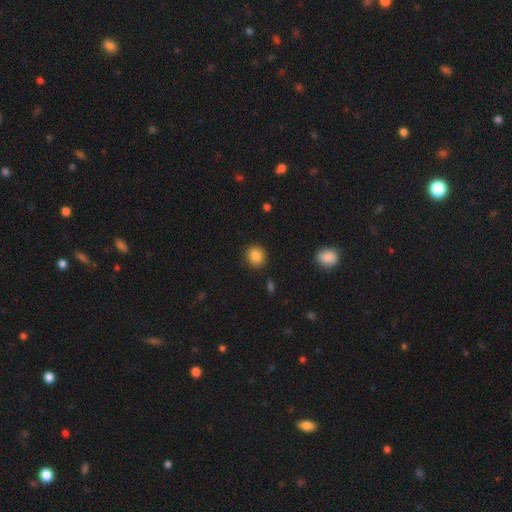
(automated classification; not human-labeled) smooth 85%, star or artifact 9%, featured or disk 6%. Down the decision tree: how rounded — round (83%); merging — none (90%).